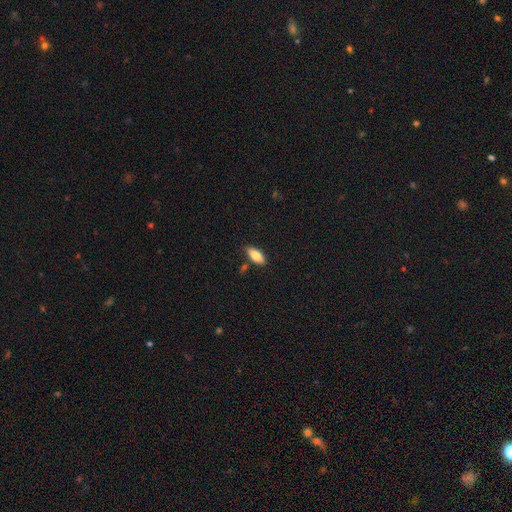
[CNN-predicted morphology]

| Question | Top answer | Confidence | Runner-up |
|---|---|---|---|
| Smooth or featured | smooth | 76% | featured or disk (17%) |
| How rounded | in between | 80% | cigar-shaped (17%) |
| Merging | none | 80% | minor disturbance (13%) |